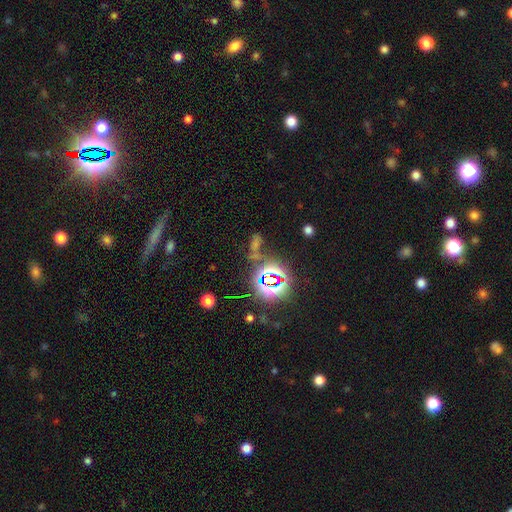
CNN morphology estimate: A star or artifact, not a galaxy (71%).